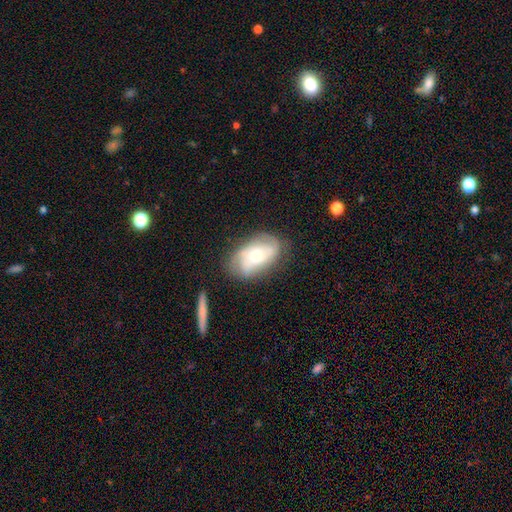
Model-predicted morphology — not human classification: Smooth or featured?
  - featured or disk: 60% *
  - smooth: 33%
  - star or artifact: 7%
Edge-on disk?
  - no: 94% *
  - yes: 6%
Bar?
  - no: 67% *
  - weak: 26%
  - strong: 7%
Spiral arms?
  - yes: 85% *
  - no: 15%
Bulge size?
  - moderate: 57% *
  - small: 24%
  - large: 14%
  - none: 2%
  - dominant: 2%
Merging?
  - none: 66% *
  - minor disturbance: 22%
  - major disturbance: 9%
  - merger: 3%